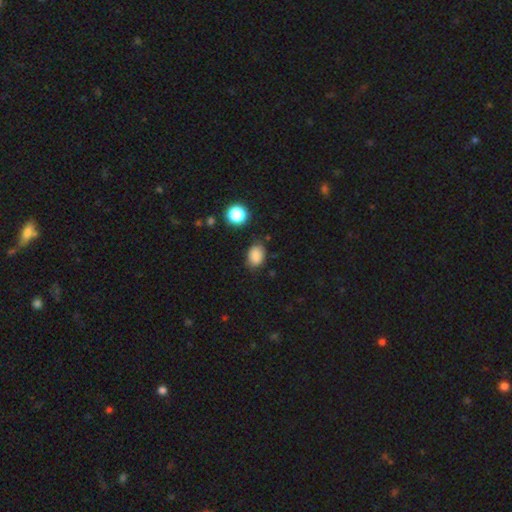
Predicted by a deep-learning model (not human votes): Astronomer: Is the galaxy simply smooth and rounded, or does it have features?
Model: smooth — 85%.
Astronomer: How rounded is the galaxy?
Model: in between — 72%.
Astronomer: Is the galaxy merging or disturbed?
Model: none — 78%.